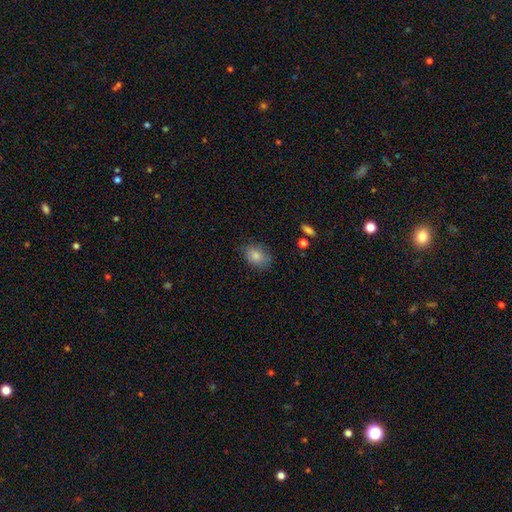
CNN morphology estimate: A smooth galaxy with no disk features (78%) that is in between round and cigar-shaped (69%).

Vote fractions:
- Smooth or featured? smooth: 78% / star or artifact: 11% / featured or disk: 11%
- How rounded? in between: 69% / round: 29% / cigar-shaped: 1%
- Merging? none: 77% / minor disturbance: 18% / major disturbance: 4% / merger: 1%